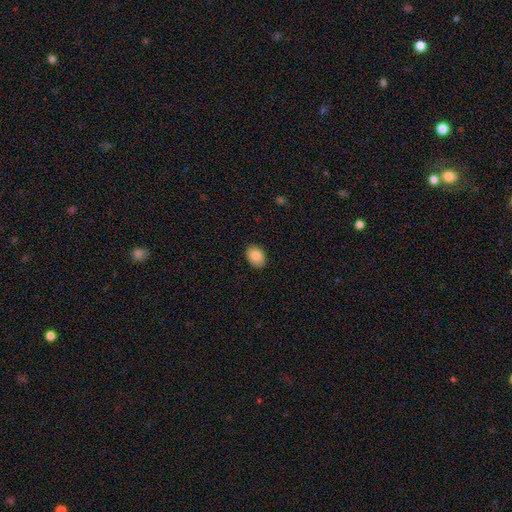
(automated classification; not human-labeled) Smooth or featured? smooth (87%)
How rounded? in between (82%)
Merging? none (89%)